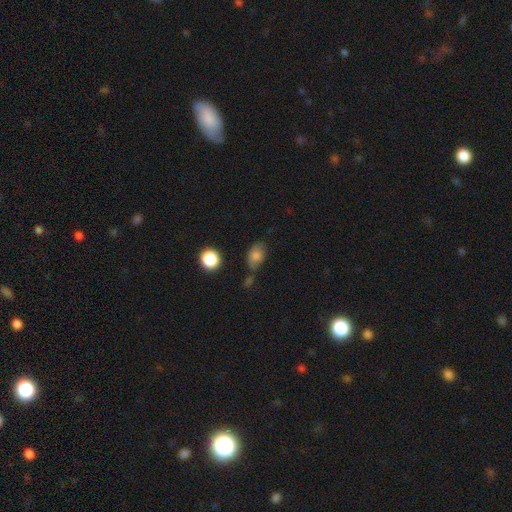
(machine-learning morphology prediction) A smooth galaxy with no disk features (77%) that is in between round and cigar-shaped (80%). Merging: none (52%).